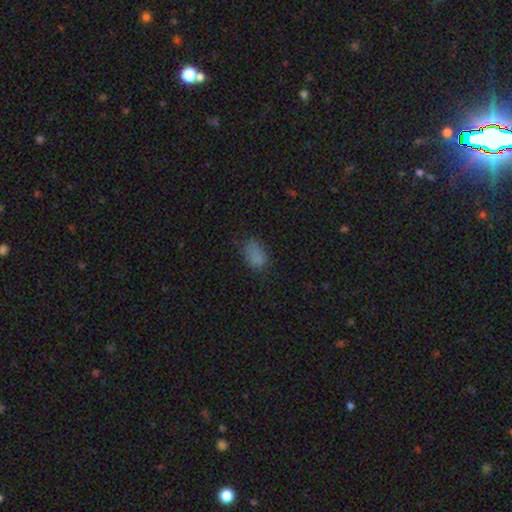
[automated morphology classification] The model was most divided on "merging": none: 63%, minor disturbance: 24%, major disturbance: 10%, merger: 2%. More confident: how rounded — in between (86%); smooth or featured — smooth (78%).